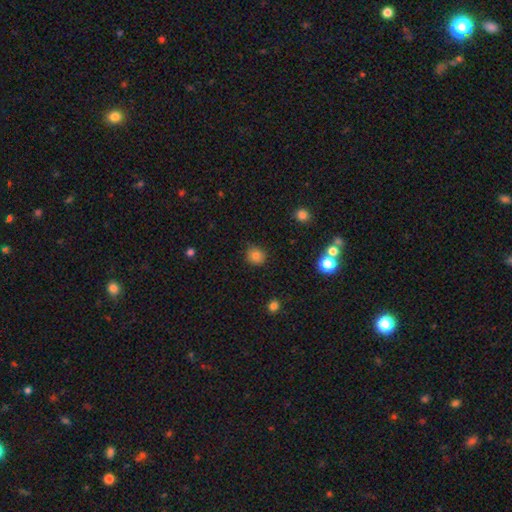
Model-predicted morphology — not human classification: Smooth or featured: smooth — 81% (star or artifact — 13%)
How rounded: round — 85% (in between — 14%)
Merging: none — 82% (minor disturbance — 14%)